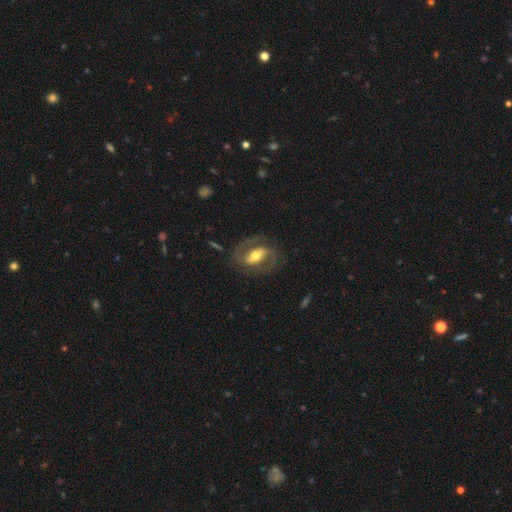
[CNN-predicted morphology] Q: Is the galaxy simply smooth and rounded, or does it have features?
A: featured or disk — 74%.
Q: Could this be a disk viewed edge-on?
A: no — 94%.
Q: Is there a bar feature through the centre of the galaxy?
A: strong — 46%.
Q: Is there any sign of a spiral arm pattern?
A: yes — 79%.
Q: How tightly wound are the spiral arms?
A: medium — 50%.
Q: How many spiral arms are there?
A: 2 — 85%.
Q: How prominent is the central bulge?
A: moderate — 65%.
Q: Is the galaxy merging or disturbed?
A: none — 74%.